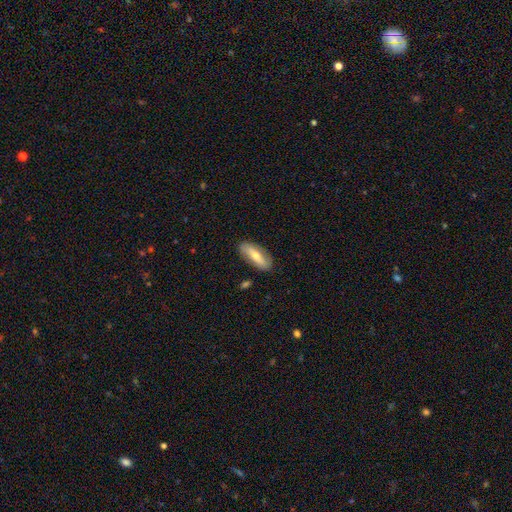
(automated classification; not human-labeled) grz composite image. It shows a smooth galaxy with no disk features (53%) that is in between round and cigar-shaped (64%). Merging: none (84%).